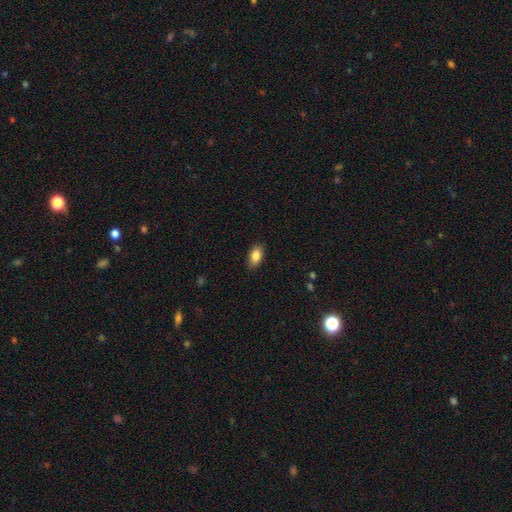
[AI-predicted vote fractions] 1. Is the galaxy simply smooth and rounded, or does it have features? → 85% smooth, 8% star or artifact, 8% featured or disk.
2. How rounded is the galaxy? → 90% in between, 6% round, 3% cigar-shaped.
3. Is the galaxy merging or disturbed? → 87% none, 10% minor disturbance, 2% major disturbance, 1% merger.